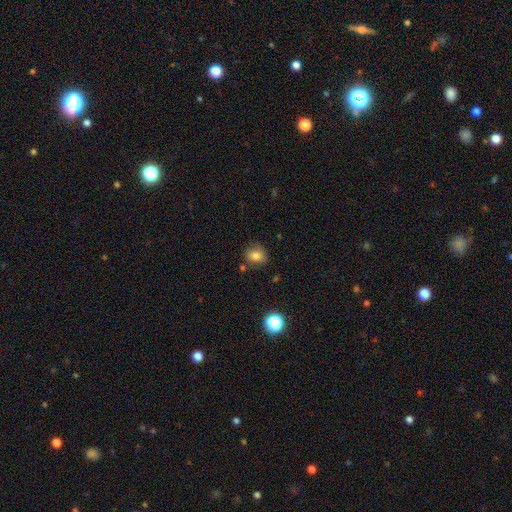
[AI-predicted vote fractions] Smooth or featured? Predicted: smooth (p=0.77). How rounded? Predicted: round (p=0.56). Merging? Predicted: none (p=0.73).